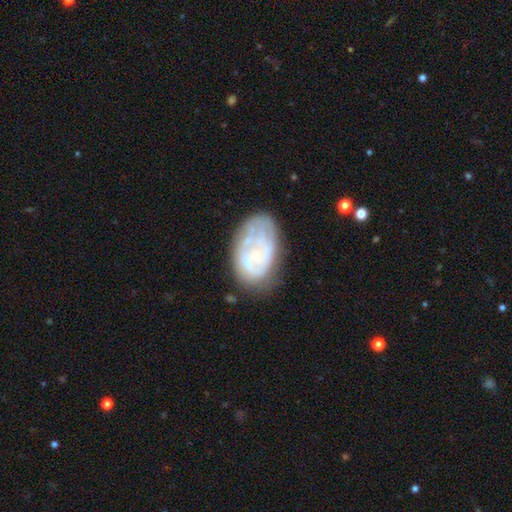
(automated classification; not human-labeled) Overall: featured or disk (61%; smooth 31%). Edge-on disk: no (97%). Bar: no (83%). Spiral arms: no (54%; yes 46%). Bulge size: small (63%). Merging: none (55%; minor disturbance 26%).